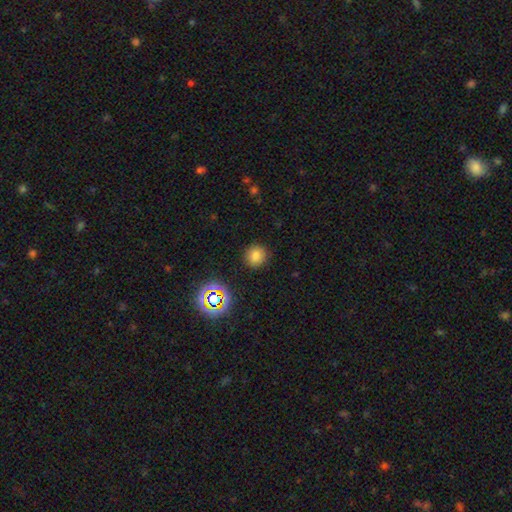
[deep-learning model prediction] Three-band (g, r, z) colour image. It shows a smooth galaxy with no disk features (77%) that is round (90%). Merging: none (89%).